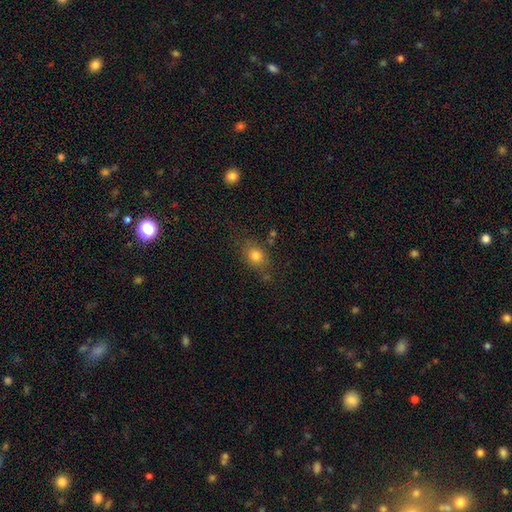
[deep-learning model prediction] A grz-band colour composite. It shows a smooth galaxy with no disk features (78%) that is in between round and cigar-shaped (58%). Merging: none (71%).